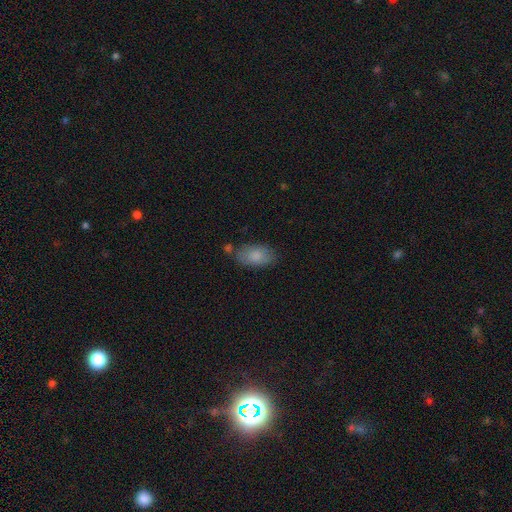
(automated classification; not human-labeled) Q: Smooth or featured?
A: smooth (84%); runner-up: featured or disk (10%)
Q: How rounded?
A: in between (93%); runner-up: round (4%)
Q: Merging?
A: none (70%); runner-up: minor disturbance (18%)